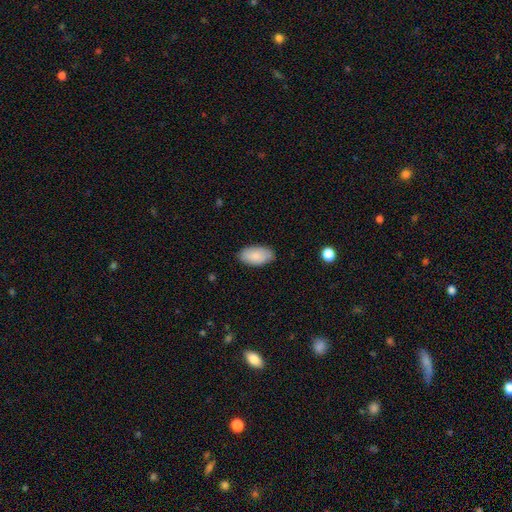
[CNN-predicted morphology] Smooth or featured? Predicted: smooth (p=0.85). How rounded? Predicted: in between (p=0.95). Merging? Predicted: none (p=0.84).